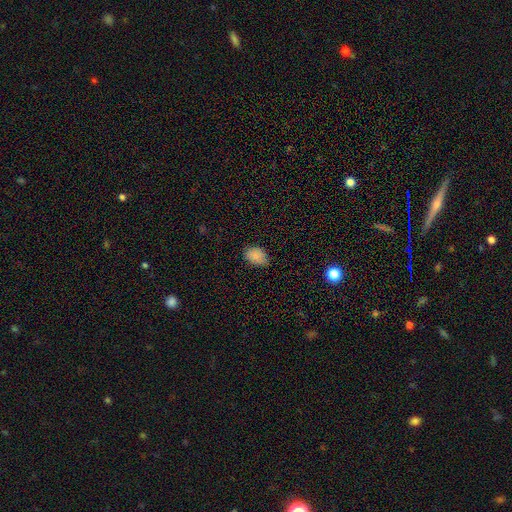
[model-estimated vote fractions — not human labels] Smooth or featured?
  - smooth: 84% *
  - star or artifact: 9%
  - featured or disk: 6%
How rounded?
  - in between: 84% *
  - round: 15%
  - cigar-shaped: 1%
Merging?
  - none: 74% *
  - minor disturbance: 21%
  - major disturbance: 3%
  - merger: 1%